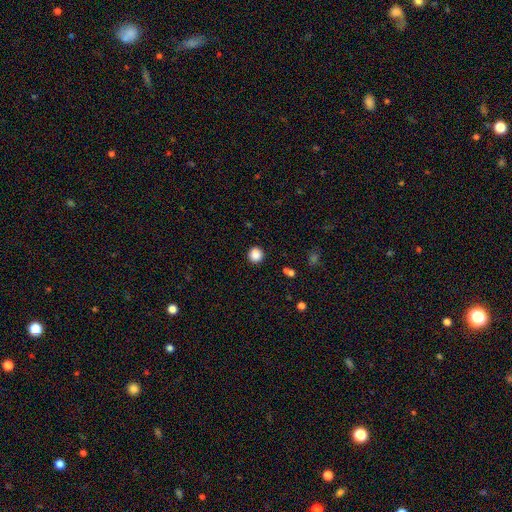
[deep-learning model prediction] smooth 87%, star or artifact 10%, featured or disk 3%. Down the decision tree: how rounded — round (91%); merging — none (90%).